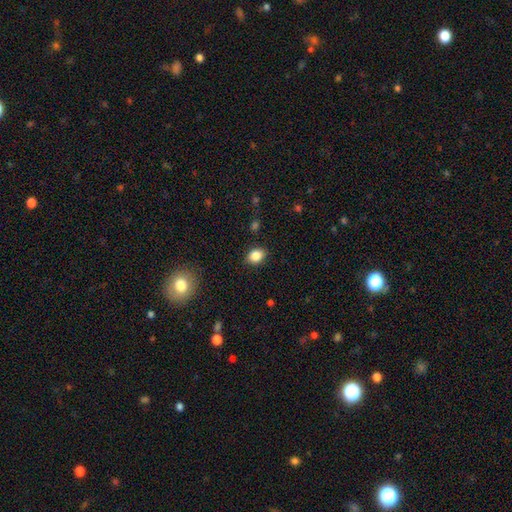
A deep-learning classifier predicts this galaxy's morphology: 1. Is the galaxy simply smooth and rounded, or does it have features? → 85% smooth, 10% star or artifact, 5% featured or disk.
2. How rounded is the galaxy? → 63% in between, 36% round, 1% cigar-shaped.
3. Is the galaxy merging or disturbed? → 87% none, 9% minor disturbance, 2% major disturbance, 1% merger.